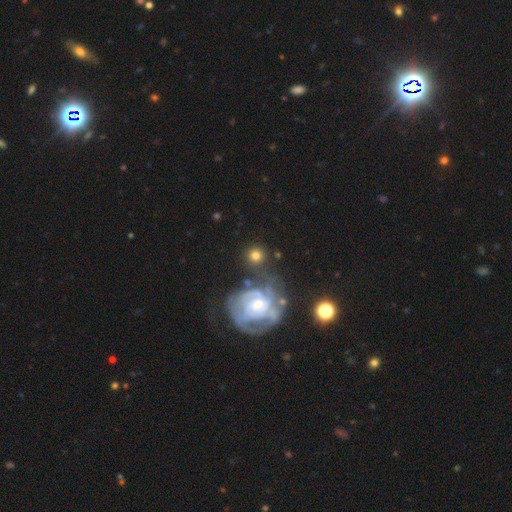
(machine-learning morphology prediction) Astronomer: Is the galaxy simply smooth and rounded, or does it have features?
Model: smooth — 65%.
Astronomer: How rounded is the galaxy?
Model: round — 90%.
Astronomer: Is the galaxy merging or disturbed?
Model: none — 71%.